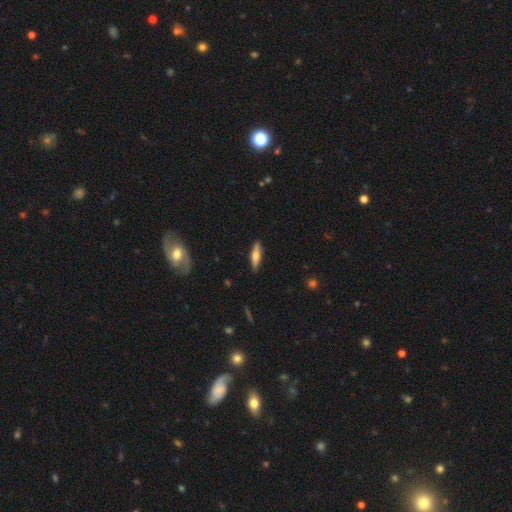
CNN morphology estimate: Smooth or featured: smooth — 53% (featured or disk — 41%)
How rounded: cigar-shaped — 68% (in between — 30%)
Merging: none — 89% (minor disturbance — 8%)